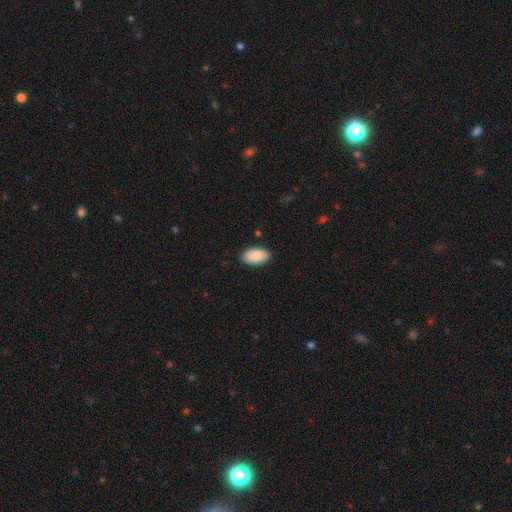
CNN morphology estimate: A smooth galaxy with no disk features (89%) that is in between round and cigar-shaped (95%).

Vote fractions:
- Smooth or featured? smooth: 89% / star or artifact: 6% / featured or disk: 5%
- How rounded? in between: 95% / round: 3% / cigar-shaped: 2%
- Merging? none: 88% / minor disturbance: 9% / major disturbance: 2% / merger: 1%